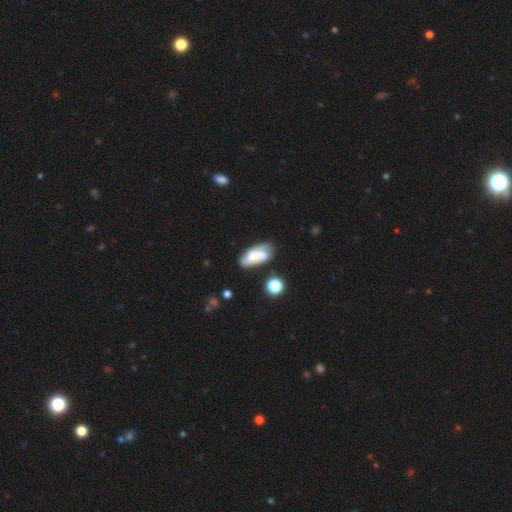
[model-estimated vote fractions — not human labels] smooth_or_featured: smooth (p=0.48) [alt: featured or disk p=0.42]
merging: none (p=0.62) [alt: minor disturbance p=0.22]